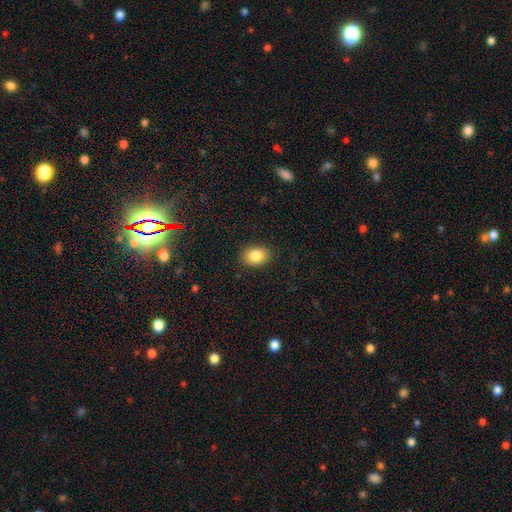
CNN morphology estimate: A smooth galaxy with no disk features (85%) that is in between round and cigar-shaped (78%).

Vote fractions:
- Smooth or featured? smooth: 85% / star or artifact: 8% / featured or disk: 7%
- How rounded? in between: 78% / round: 21% / cigar-shaped: 1%
- Merging? none: 88% / minor disturbance: 9% / major disturbance: 2% / merger: 1%